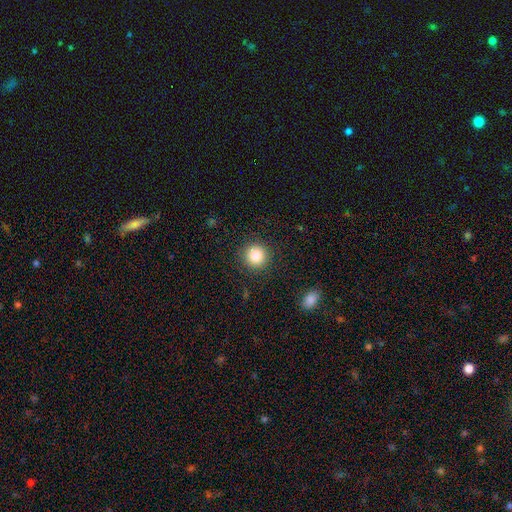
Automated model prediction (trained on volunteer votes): Q: Smooth or featured?
A: smooth (84%); runner-up: star or artifact (10%)
Q: How rounded?
A: round (94%); runner-up: in between (5%)
Q: Merging?
A: none (90%); runner-up: minor disturbance (6%)